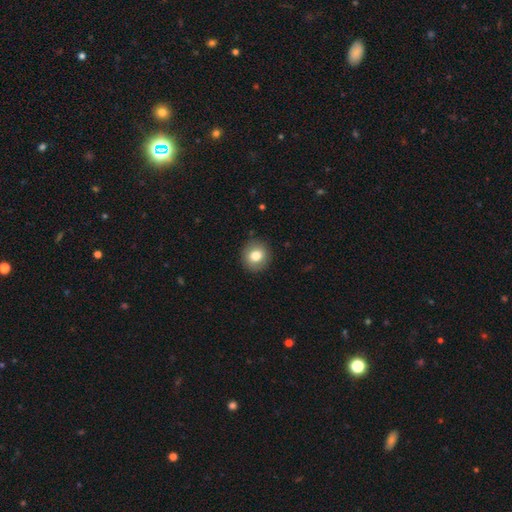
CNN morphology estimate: Smooth or featured?
  - smooth: 80% *
  - featured or disk: 11%
  - star or artifact: 9%
How rounded?
  - round: 87% *
  - in between: 12%
  - cigar-shaped: 1%
Merging?
  - none: 90% *
  - minor disturbance: 7%
  - major disturbance: 2%
  - merger: 1%